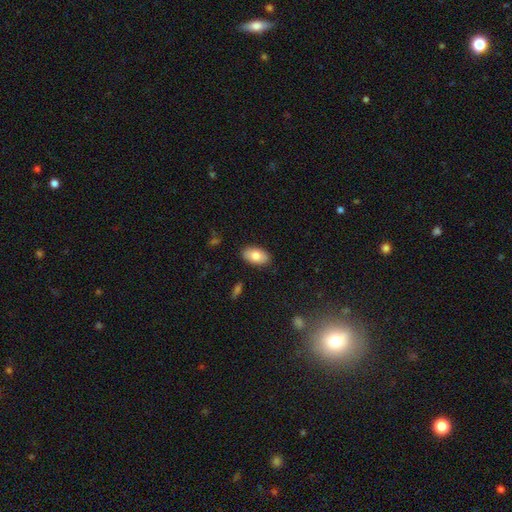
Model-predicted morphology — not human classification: Smooth or featured?
  - smooth: 79% *
  - featured or disk: 15%
  - star or artifact: 7%
How rounded?
  - in between: 94% *
  - round: 4%
  - cigar-shaped: 2%
Merging?
  - none: 87% *
  - minor disturbance: 9%
  - major disturbance: 2%
  - merger: 1%